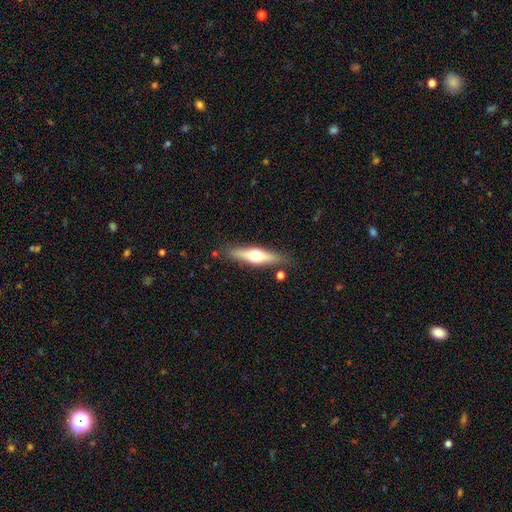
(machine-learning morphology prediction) smooth-or-featured: featured or disk: 53% | smooth: 41% | star or artifact: 6%
  disk-edge-on: yes: 92% | no: 8%
  merging: none: 82% | minor disturbance: 12% | merger: 3% | major disturbance: 3%